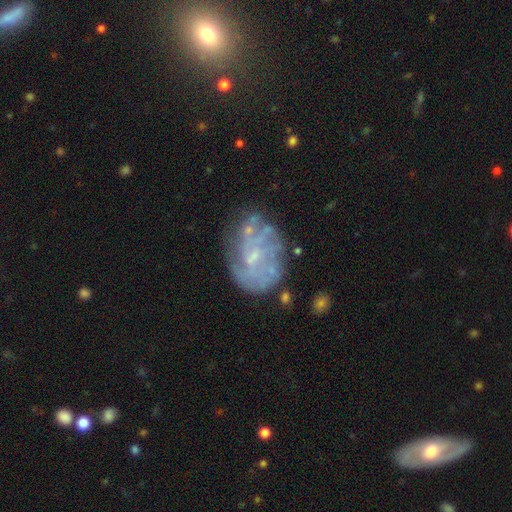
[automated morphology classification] smooth_or_featured: featured or disk (p=0.70) [alt: smooth p=0.20]
disk_edge_on: no (p=0.97) [alt: yes p=0.03]
bar: no (p=0.65) [alt: weak p=0.30]
has_spiral_arms: yes (p=0.58) [alt: no p=0.42]
bulge_size: small (p=0.57) [alt: moderate p=0.22]
merging: none (p=0.59) [alt: minor disturbance p=0.22]